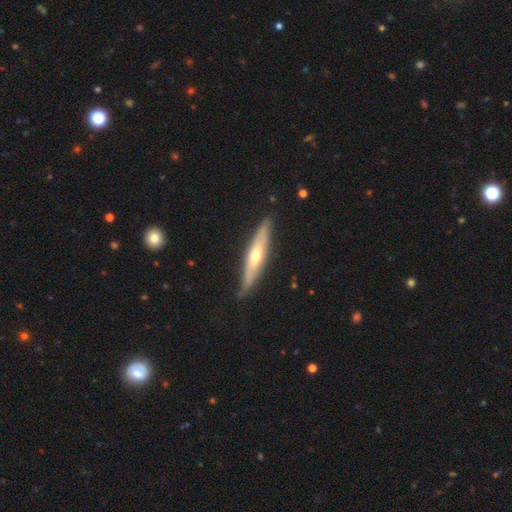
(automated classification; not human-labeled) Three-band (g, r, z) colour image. It shows a featured or disk galaxy (64%) viewed edge-on (86%) with a rounded central bulge (80%). Merging: none (82%).